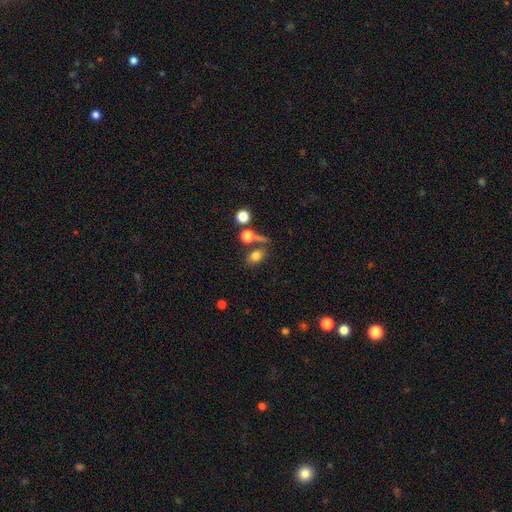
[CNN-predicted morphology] This is likely a smooth galaxy (76%). How rounded: likely in between (69%). Merging: possibly none (59%).